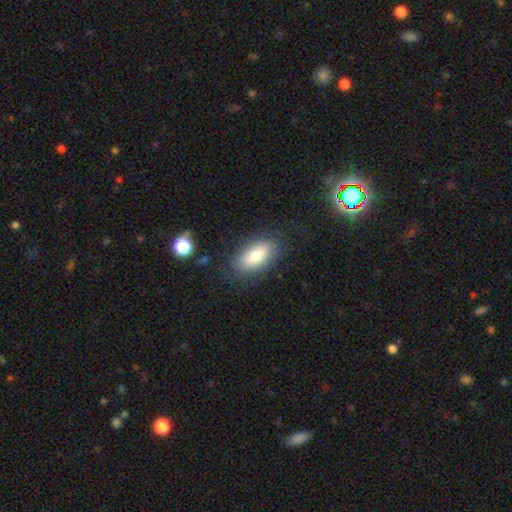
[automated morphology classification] Q: Smooth or featured?
A: smooth (75%); runner-up: featured or disk (17%)
Q: How rounded?
A: in between (89%); runner-up: cigar-shaped (7%)
Q: Merging?
A: none (78%); runner-up: minor disturbance (15%)